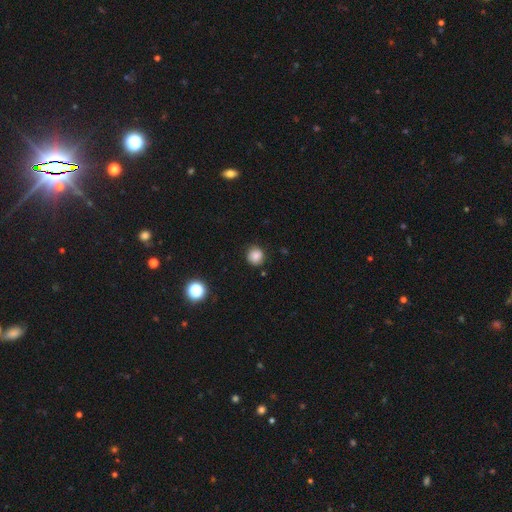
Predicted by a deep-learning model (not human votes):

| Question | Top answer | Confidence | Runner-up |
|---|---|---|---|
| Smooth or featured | smooth | 81% | star or artifact (12%) |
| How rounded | round | 90% | in between (9%) |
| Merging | none | 84% | minor disturbance (12%) |